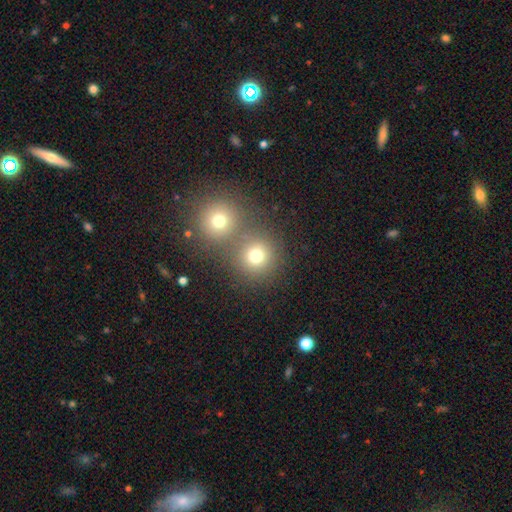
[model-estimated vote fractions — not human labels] Morphology: type=smooth (74%); roundness=round (91%); merging=none (58%).